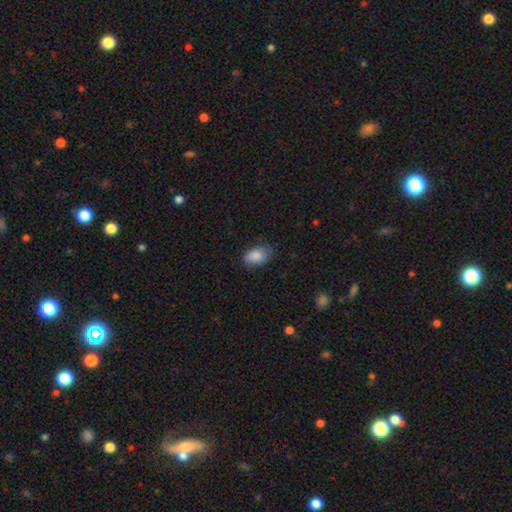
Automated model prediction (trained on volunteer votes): A smooth galaxy with no disk features (87%) that is in between round and cigar-shaped (91%).

Vote fractions:
- Smooth or featured? smooth: 87% / star or artifact: 7% / featured or disk: 6%
- How rounded? in between: 91% / round: 8% / cigar-shaped: 1%
- Merging? none: 77% / minor disturbance: 18% / major disturbance: 4% / merger: 1%